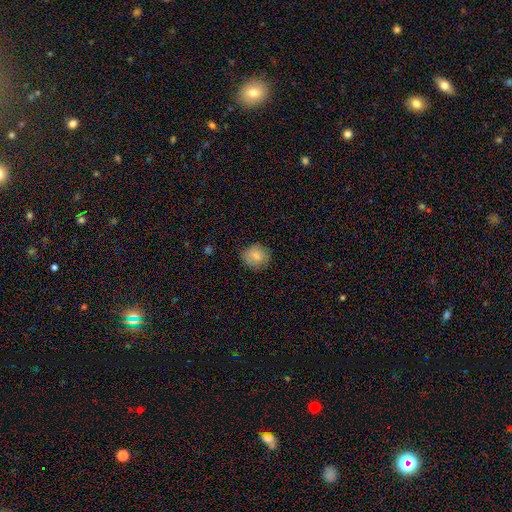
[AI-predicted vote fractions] smooth 83%, star or artifact 9%, featured or disk 8%. Down the decision tree: how rounded — round (86%); merging — none (83%).